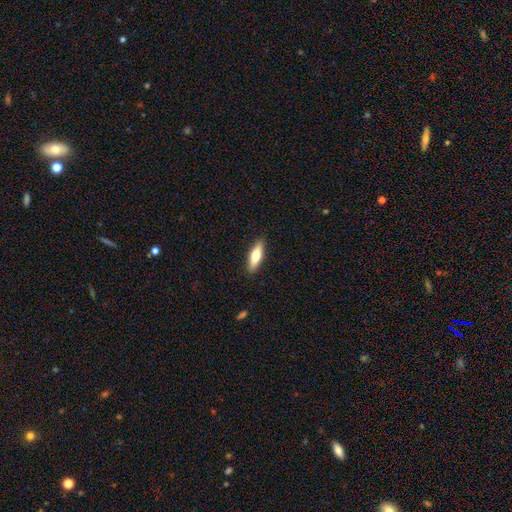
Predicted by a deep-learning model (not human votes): Smooth or featured: smooth — 69% (featured or disk — 25%)
How rounded: cigar-shaped — 54% (in between — 44%)
Merging: none — 89% (minor disturbance — 8%)